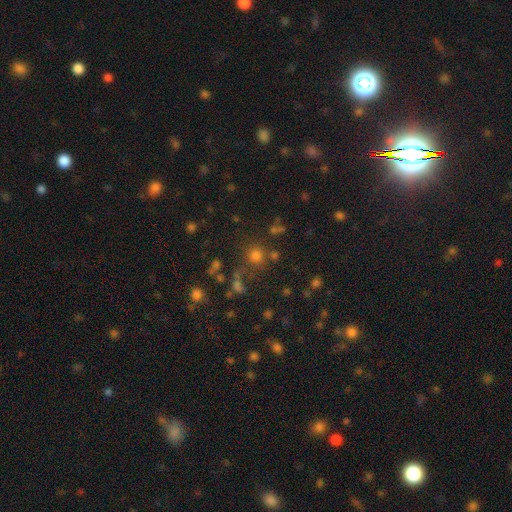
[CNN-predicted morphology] A smooth galaxy with no disk features (66%) that is round (90%).

Vote fractions:
- Smooth or featured? smooth: 66% / star or artifact: 27% / featured or disk: 7%
- How rounded? round: 90% / in between: 9% / cigar-shaped: 1%
- Merging? none: 74% / merger: 11% / minor disturbance: 10% / major disturbance: 5%